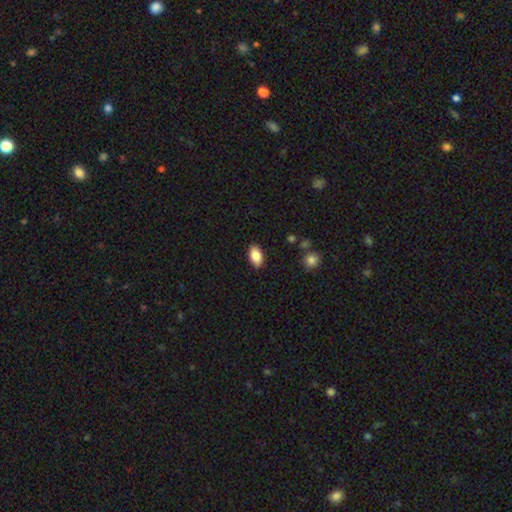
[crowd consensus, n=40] Smooth or featured? smooth (85%)
How rounded? in between (91%)
Merging? none (78%)